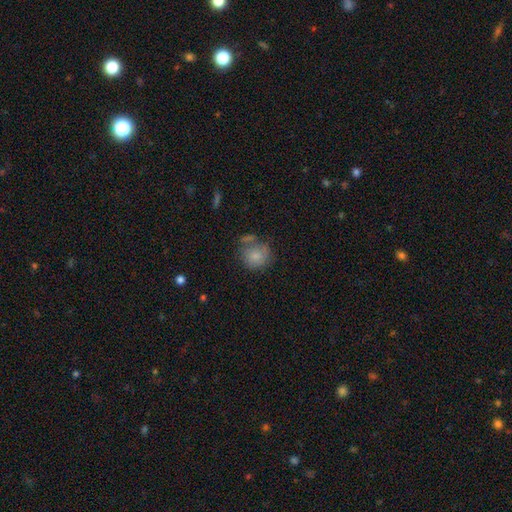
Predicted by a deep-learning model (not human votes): This appears to be a smooth galaxy with no disk features (81%) that is round (82%). Merging: none (55%).